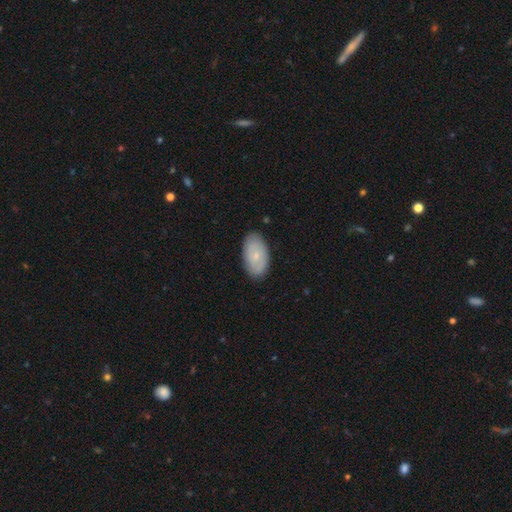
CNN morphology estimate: smooth_or_featured: smooth (p=0.64) [alt: featured or disk p=0.29]
how_rounded: in between (p=0.94) [alt: round p=0.04]
merging: none (p=0.84) [alt: minor disturbance p=0.12]